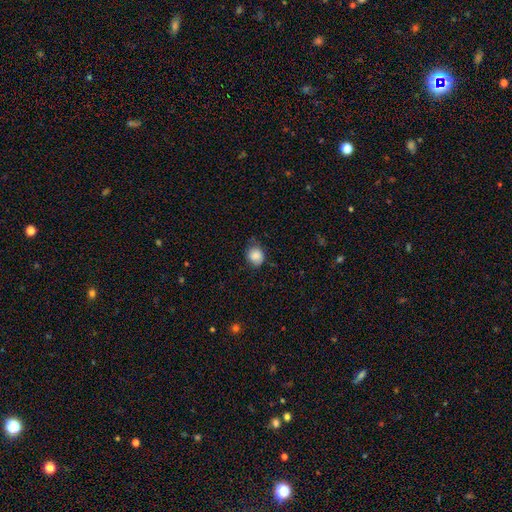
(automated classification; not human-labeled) Smooth or featured? Predicted: smooth (p=0.85). How rounded? Predicted: round (p=0.65). Merging? Predicted: none (p=0.65).